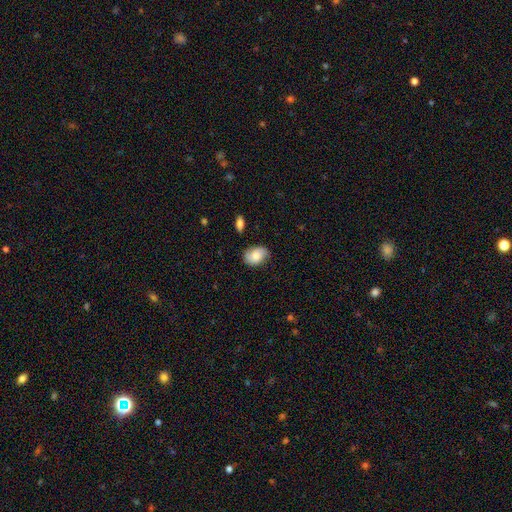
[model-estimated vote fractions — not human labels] This appears to be a smooth galaxy with no disk features (66%) that is in between round and cigar-shaped (76%). Merging: none (72%).